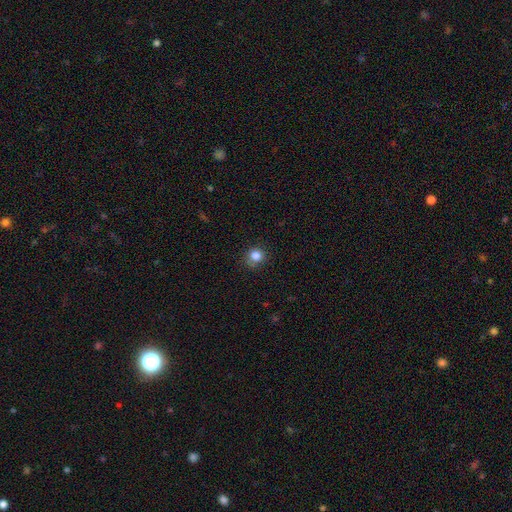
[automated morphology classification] Smooth or featured? smooth (84%)
How rounded? round (88%)
Merging? none (82%)